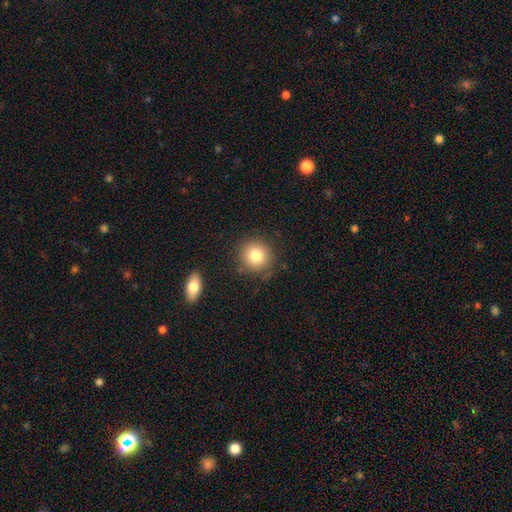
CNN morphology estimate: Smooth or featured? Predicted: smooth (p=0.79). How rounded? Predicted: round (p=0.90). Merging? Predicted: none (p=0.84).